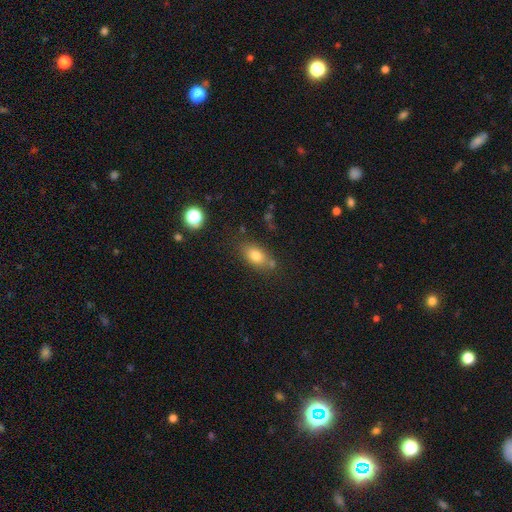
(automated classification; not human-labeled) smooth-or-featured: smooth: 77% | featured or disk: 13% | star or artifact: 10%
  how-rounded: in between: 81% | round: 15% | cigar-shaped: 4%
  merging: none: 70% | minor disturbance: 16% | merger: 10% | major disturbance: 4%